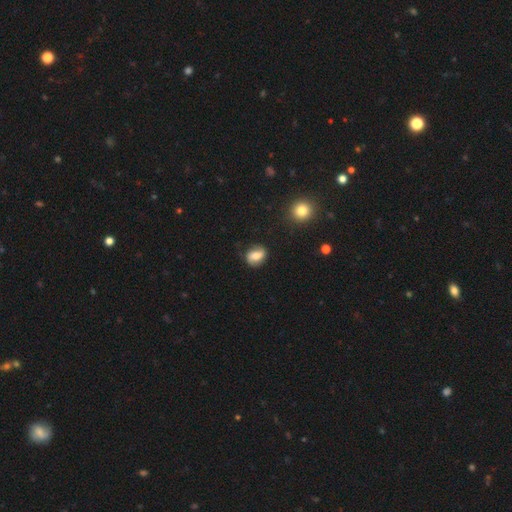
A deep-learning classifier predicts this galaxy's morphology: A smooth galaxy with no disk features (53%) that is in between round and cigar-shaped (57%).

Vote fractions:
- Smooth or featured? smooth: 53% / featured or disk: 38% / star or artifact: 9%
- How rounded? in between: 57% / round: 41% / cigar-shaped: 2%
- Merging? none: 78% / minor disturbance: 16% / major disturbance: 4% / merger: 2%